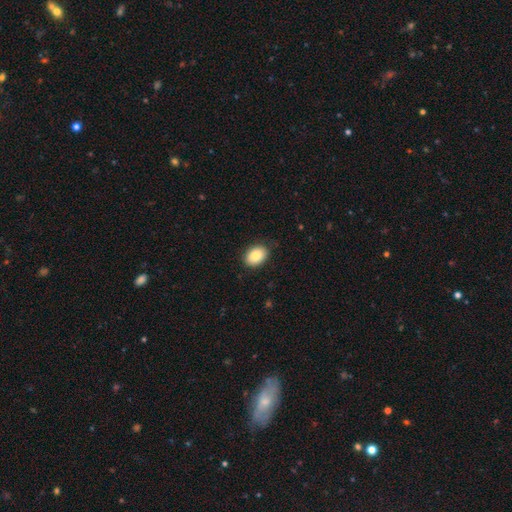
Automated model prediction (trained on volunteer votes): smooth_or_featured: smooth (p=0.86) [alt: star or artifact p=0.07]
how_rounded: in between (p=0.78) [alt: round p=0.21]
merging: none (p=0.85) [alt: minor disturbance p=0.12]